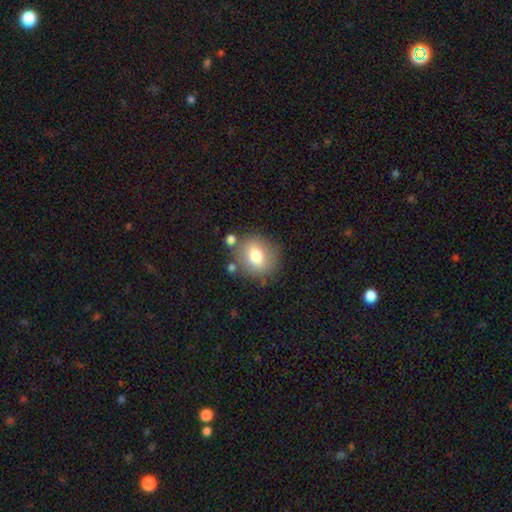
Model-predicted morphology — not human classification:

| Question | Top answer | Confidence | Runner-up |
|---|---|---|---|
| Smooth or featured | smooth | 72% | featured or disk (18%) |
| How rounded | round | 72% | in between (26%) |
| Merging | none | 76% | minor disturbance (13%) |